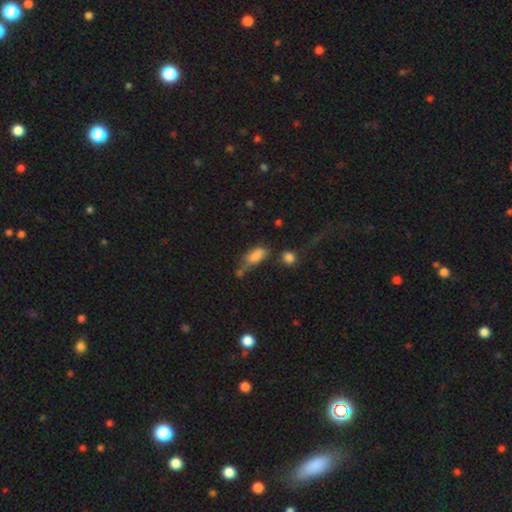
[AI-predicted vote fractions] A smooth galaxy with no disk features (78%) that is in between round and cigar-shaped (82%).

Vote fractions:
- Smooth or featured? smooth: 78% / featured or disk: 11% / star or artifact: 11%
- How rounded? in between: 82% / cigar-shaped: 13% / round: 5%
- Merging? none: 34% / minor disturbance: 26% / merger: 23% / major disturbance: 17%